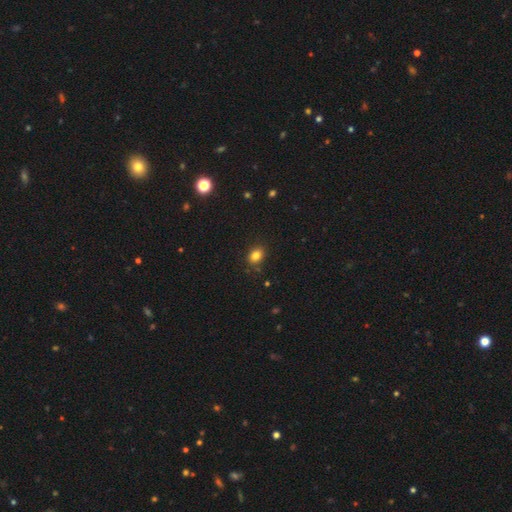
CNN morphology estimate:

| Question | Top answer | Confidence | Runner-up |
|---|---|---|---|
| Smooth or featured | smooth | 82% | star or artifact (12%) |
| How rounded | in between | 52% | round (47%) |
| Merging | none | 84% | minor disturbance (11%) |